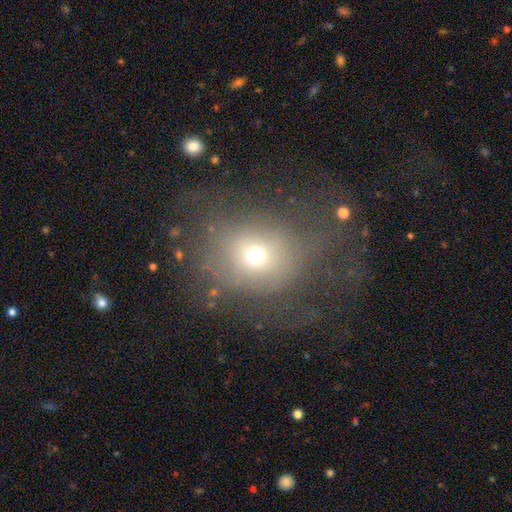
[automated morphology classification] A smooth galaxy with no disk features (62%) that is round (75%).

Vote fractions:
- Smooth or featured? smooth: 62% / featured or disk: 20% / star or artifact: 19%
- How rounded? round: 75% / in between: 24% / cigar-shaped: 1%
- Merging? none: 47% / major disturbance: 30% / minor disturbance: 19% / merger: 3%